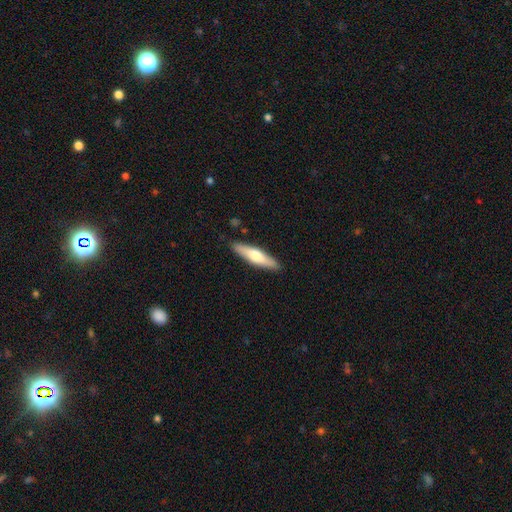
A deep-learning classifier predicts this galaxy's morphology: A smooth galaxy with no disk features (54%) that is cigar-shaped (78%). Merging: none (89%).